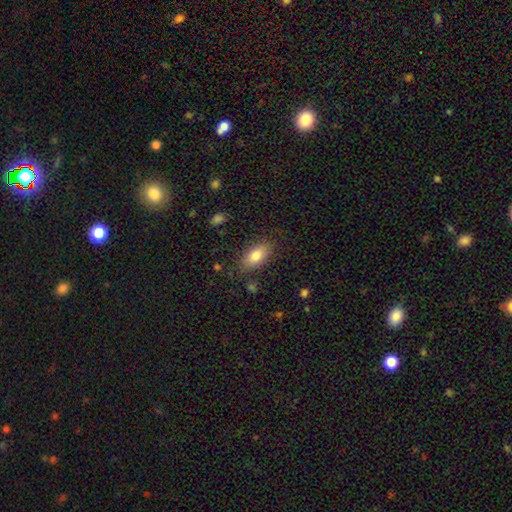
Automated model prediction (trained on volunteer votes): The model was most divided on "smooth or featured": smooth: 80%, featured or disk: 13%, star or artifact: 7%. More confident: how rounded — in between (87%); merging — none (82%).